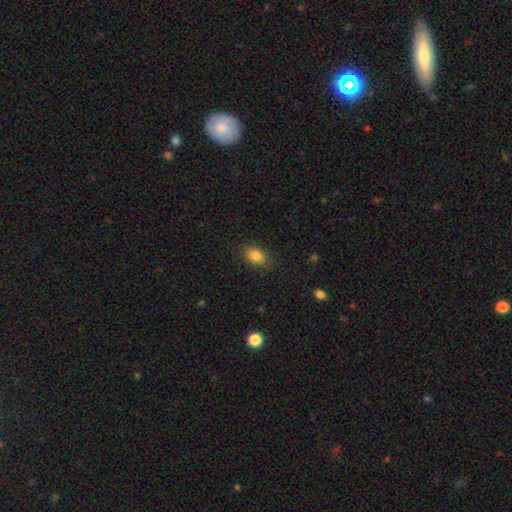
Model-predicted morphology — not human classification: This is clearly a smooth galaxy (83%). How rounded: likely in between (75%). Merging: clearly none (85%).